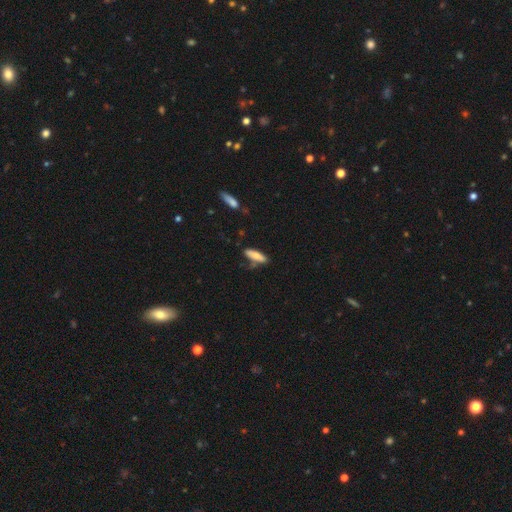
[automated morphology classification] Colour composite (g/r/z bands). It shows a smooth galaxy with no disk features (75%) that is cigar-shaped (53%). Merging: none (59%).